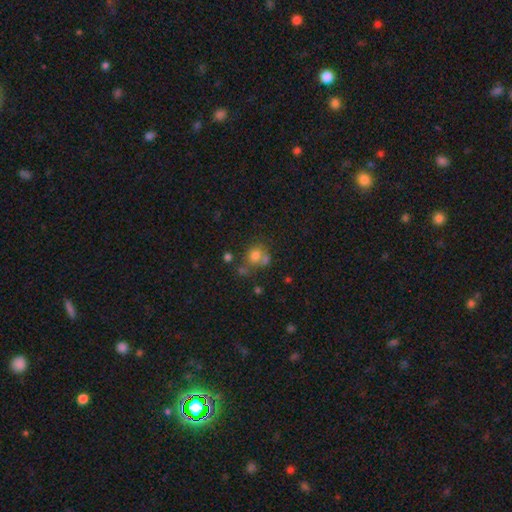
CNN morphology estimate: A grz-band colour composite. It shows a smooth galaxy with no disk features (70%) that is round (63%). Merging: none (39%).